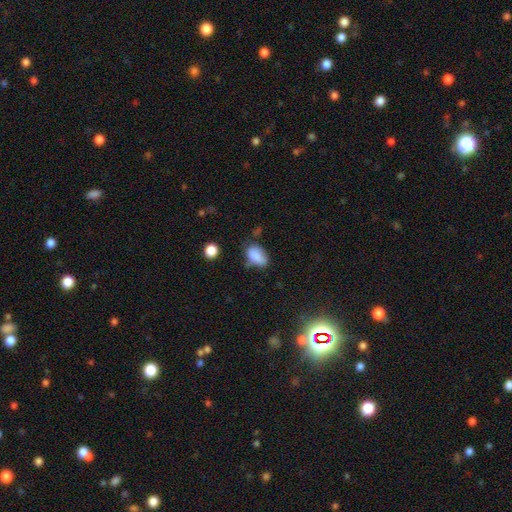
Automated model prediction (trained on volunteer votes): Smooth or featured? Predicted: smooth (p=0.84). How rounded? Predicted: in between (p=0.88). Merging? Predicted: none (p=0.53).